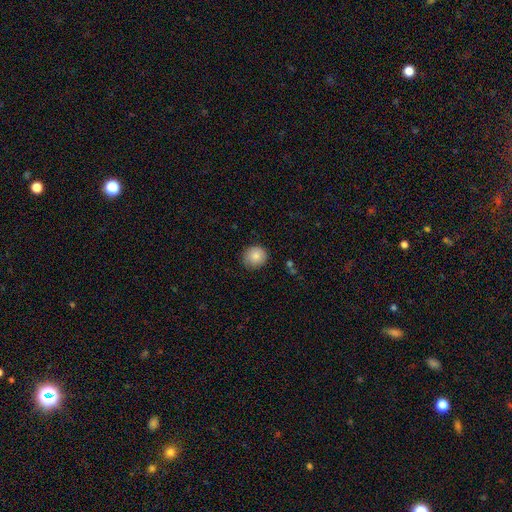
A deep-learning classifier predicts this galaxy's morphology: Smooth or featured? Predicted: smooth (p=0.85). How rounded? Predicted: round (p=0.88). Merging? Predicted: none (p=0.84).